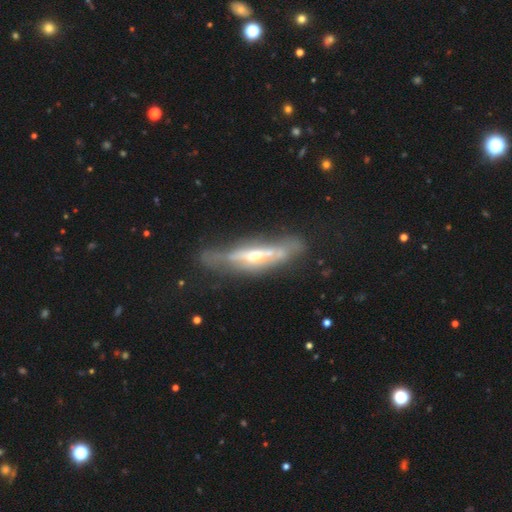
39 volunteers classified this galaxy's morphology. Smooth or featured?
  - featured or disk: 87% *
  - smooth: 13%
  - star or artifact: 0%
Edge-on disk?
  - yes: 76% *
  - no: 24%
Edge-on bulge?
  - rounded: 65% *
  - boxy: 23%
  - none: 12%
Merging?
  - none: 46% *
  - minor disturbance: 36%
  - major disturbance: 10%
  - merger: 8%